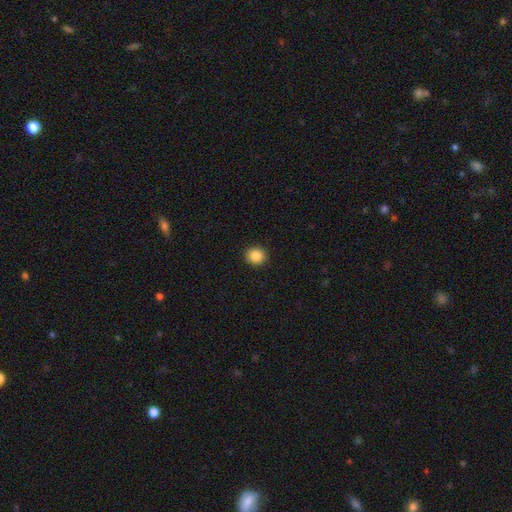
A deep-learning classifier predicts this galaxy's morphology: A smooth galaxy with no disk features (87%) that is round (85%). Merging: none (92%).